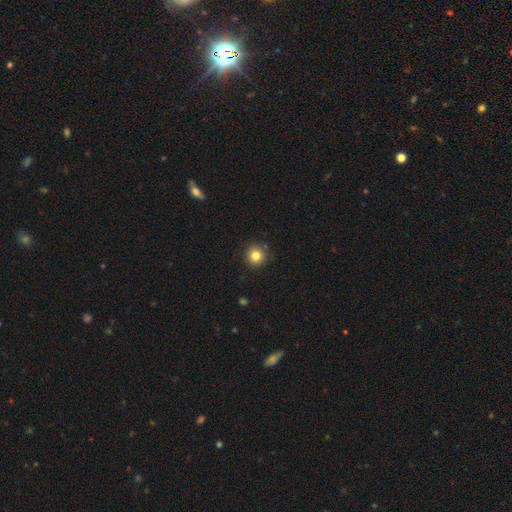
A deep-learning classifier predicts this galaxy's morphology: Smooth or featured? smooth (82%)
How rounded? round (94%)
Merging? none (89%)